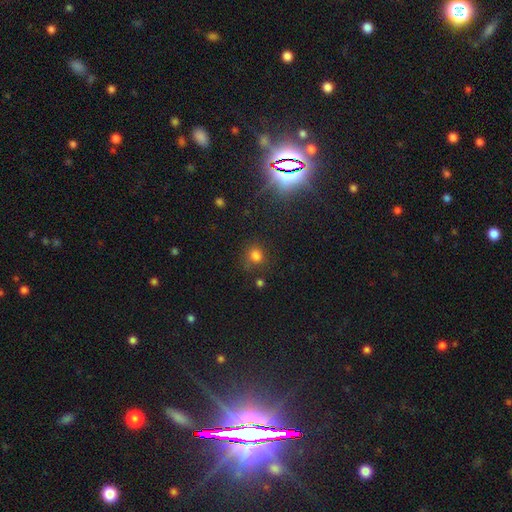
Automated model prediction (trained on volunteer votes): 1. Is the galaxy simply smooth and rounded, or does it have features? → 73% smooth, 21% star or artifact, 7% featured or disk.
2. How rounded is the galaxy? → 69% round, 29% in between, 1% cigar-shaped.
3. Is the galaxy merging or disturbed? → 70% none, 17% minor disturbance, 7% major disturbance, 6% merger.